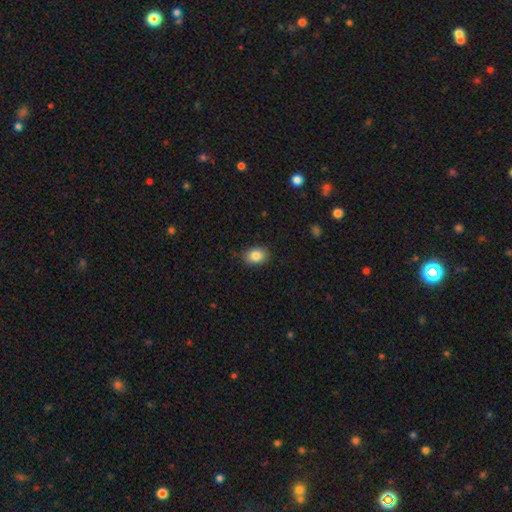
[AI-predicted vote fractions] A smooth galaxy with no disk features (86%) that is in between round and cigar-shaped (68%).

Vote fractions:
- Smooth or featured? smooth: 86% / star or artifact: 8% / featured or disk: 6%
- How rounded? in between: 68% / round: 31% / cigar-shaped: 1%
- Merging? none: 85% / minor disturbance: 11% / major disturbance: 2% / merger: 1%